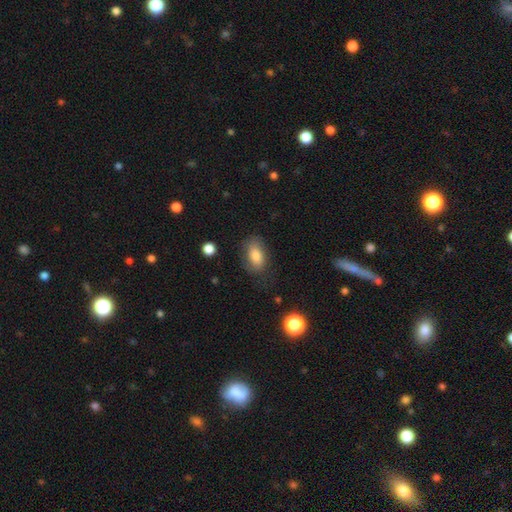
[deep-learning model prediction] The model was most divided on "merging": none: 73%, minor disturbance: 18%, major disturbance: 7%, merger: 2%. More confident: how rounded — in between (88%); smooth or featured — smooth (78%).